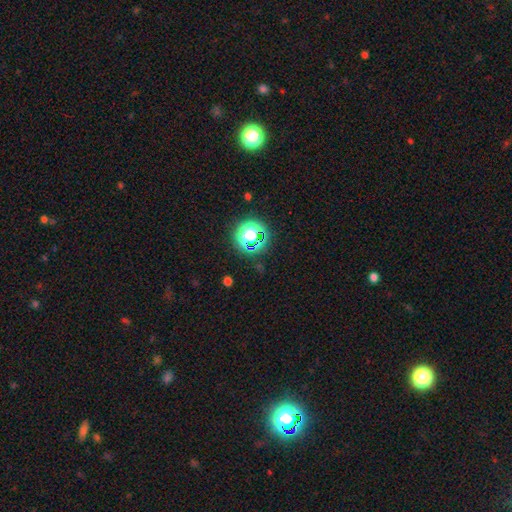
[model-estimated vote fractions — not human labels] This is likely a star or artifact rather than a galaxy (76%).